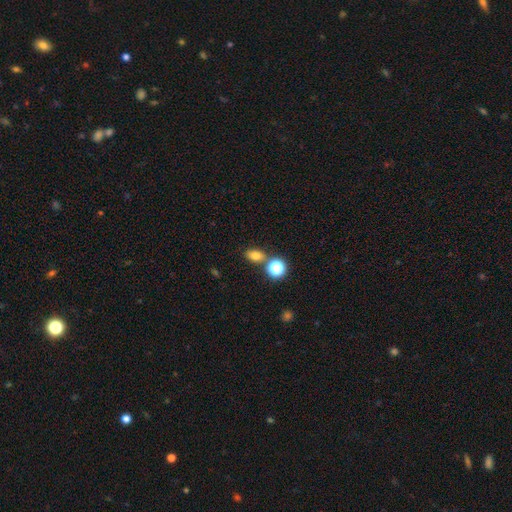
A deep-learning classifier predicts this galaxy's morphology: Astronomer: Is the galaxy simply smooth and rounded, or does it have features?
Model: smooth — 74%.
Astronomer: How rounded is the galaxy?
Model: in between — 69%.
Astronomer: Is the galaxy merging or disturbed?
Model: none — 72%.